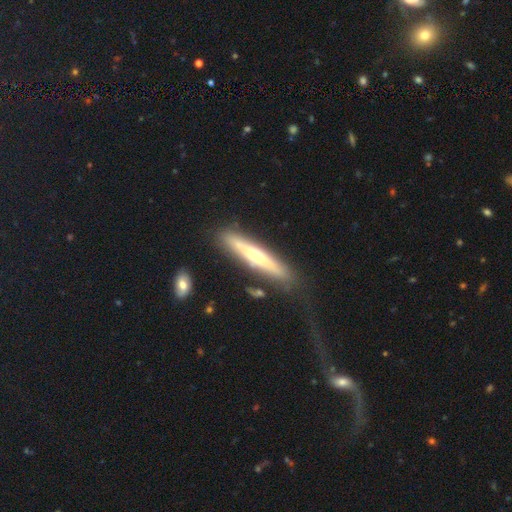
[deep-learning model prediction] A featured or disk galaxy (50%).

Vote fractions:
- Smooth or featured? featured or disk: 50% / smooth: 44% / star or artifact: 6%
- Merging? none: 77% / minor disturbance: 15% / major disturbance: 4% / merger: 4%